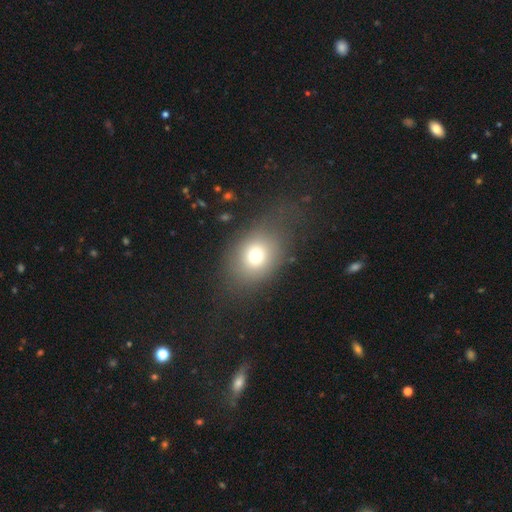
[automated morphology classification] The model was most divided on "how rounded": in between: 55%, round: 44%, cigar-shaped: 1%. More confident: smooth or featured — smooth (73%); merging — none (57%).